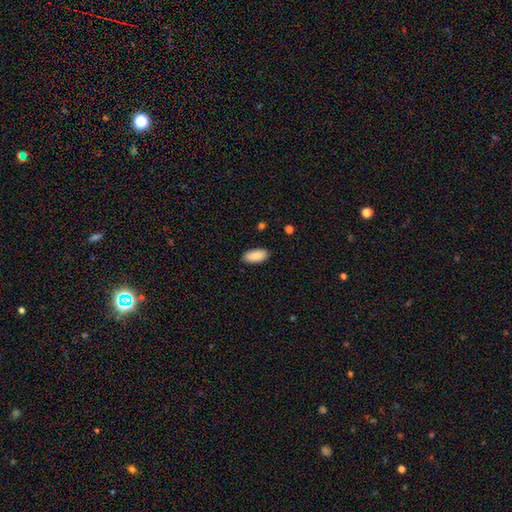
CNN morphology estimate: A smooth galaxy with no disk features (88%) that is in between round and cigar-shaped (92%). Merging: none (88%).